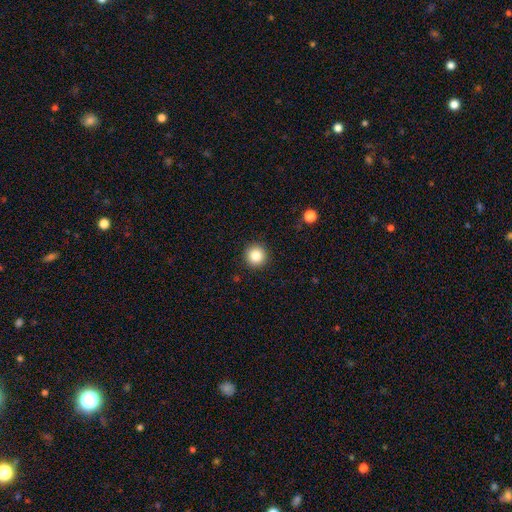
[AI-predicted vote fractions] Smooth or featured? smooth (85%)
How rounded? round (96%)
Merging? none (93%)